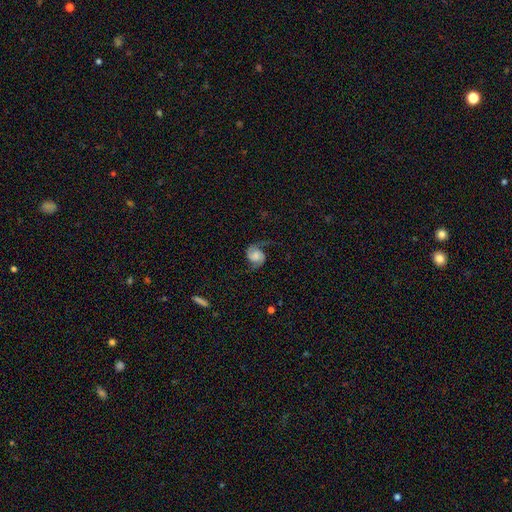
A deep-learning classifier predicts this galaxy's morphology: A featured or disk galaxy (81%) with no bar (66%), 2 (91%) loose (42%, tied with medium) spiral arms (97%) and a moderate central bulge (33%). Merging: none (71%).